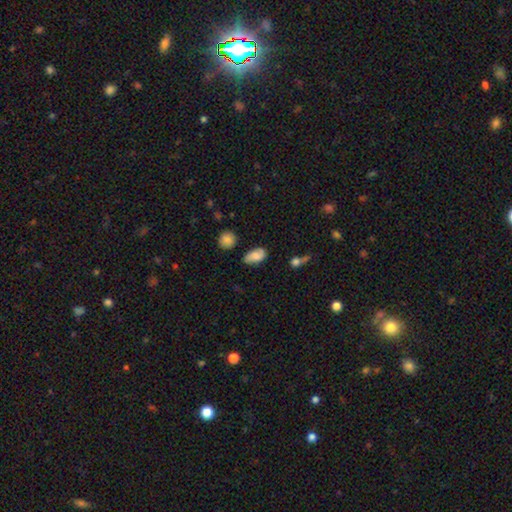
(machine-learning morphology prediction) Smooth or featured?
  - smooth: 76% *
  - featured or disk: 16%
  - star or artifact: 8%
How rounded?
  - in between: 91% *
  - round: 6%
  - cigar-shaped: 3%
Merging?
  - none: 67% *
  - minor disturbance: 24%
  - major disturbance: 5%
  - merger: 4%